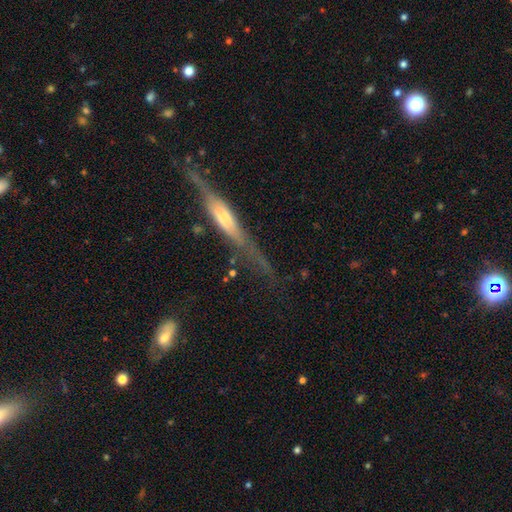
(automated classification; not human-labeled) This appears to be a featured or disk galaxy (81%) viewed edge-on (95%) with a rounded central bulge (68%). Merging: none (74%).